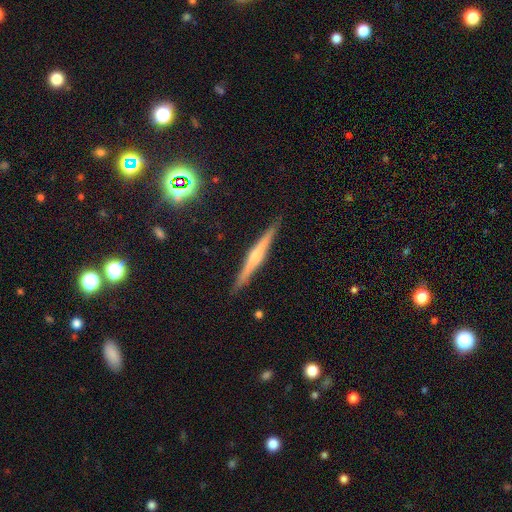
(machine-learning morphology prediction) This is likely a featured or disk galaxy (71%). It is clearly viewed edge-on (98%). Edge-on bulge: likely rounded (75%). Merging: clearly none (91%).